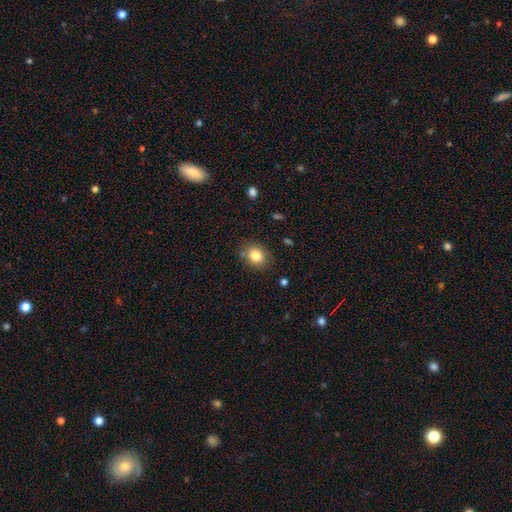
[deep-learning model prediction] Q: Smooth or featured?
A: smooth (82%); runner-up: star or artifact (10%)
Q: How rounded?
A: round (63%); runner-up: in between (36%)
Q: Merging?
A: none (81%); runner-up: minor disturbance (12%)